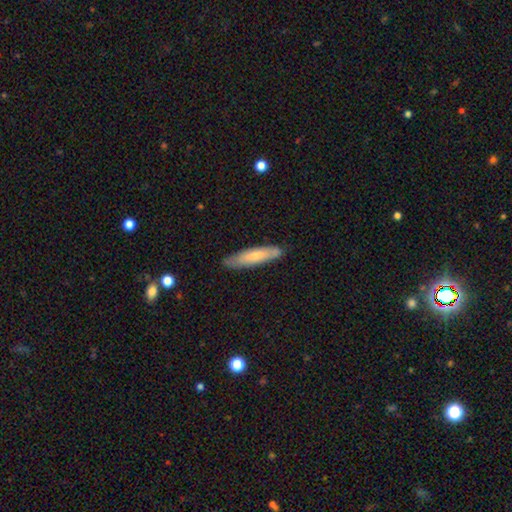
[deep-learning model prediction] Smooth or featured? Predicted: smooth (p=0.65). How rounded? Predicted: cigar-shaped (p=0.77). Merging? Predicted: none (p=0.81).